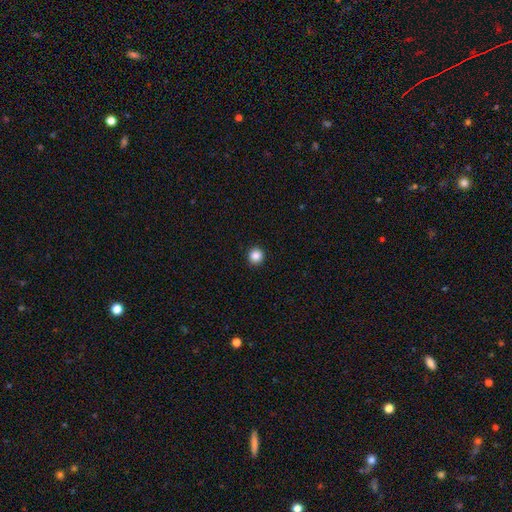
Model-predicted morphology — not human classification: A smooth galaxy with no disk features (86%) that is round (95%).

Vote fractions:
- Smooth or featured? smooth: 86% / star or artifact: 10% / featured or disk: 3%
- How rounded? round: 95% / in between: 4% / cigar-shaped: 1%
- Merging? none: 93% / minor disturbance: 5% / major disturbance: 2% / merger: 1%